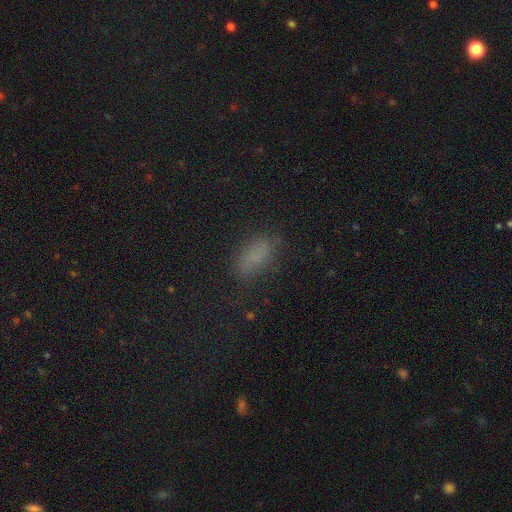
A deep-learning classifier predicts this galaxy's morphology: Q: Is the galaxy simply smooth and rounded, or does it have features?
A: smooth — 74%.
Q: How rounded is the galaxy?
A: in between — 87%.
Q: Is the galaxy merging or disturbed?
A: none — 71%.